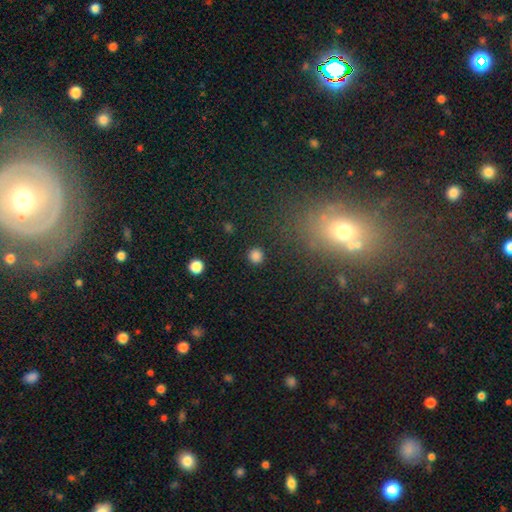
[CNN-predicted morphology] Smooth or featured: smooth — 83% (star or artifact — 13%)
How rounded: round — 93% (in between — 6%)
Merging: none — 90% (minor disturbance — 6%)